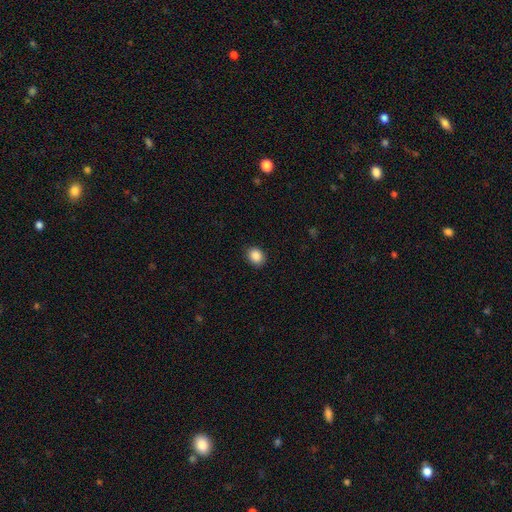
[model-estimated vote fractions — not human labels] smooth 88%, star or artifact 9%, featured or disk 3%. Down the decision tree: how rounded — round (53%); merging — none (89%).